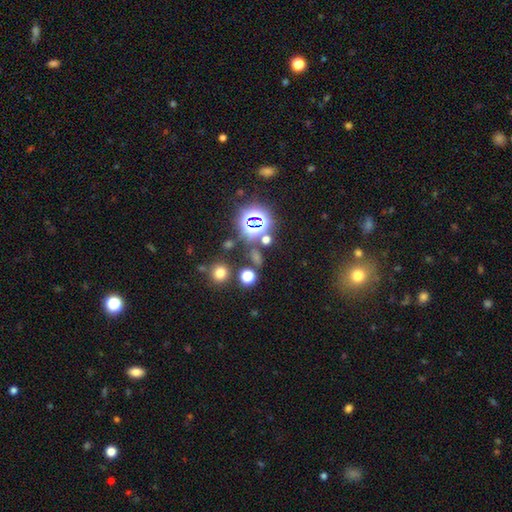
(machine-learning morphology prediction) Smooth or featured? Predicted: star or artifact (p=0.57).